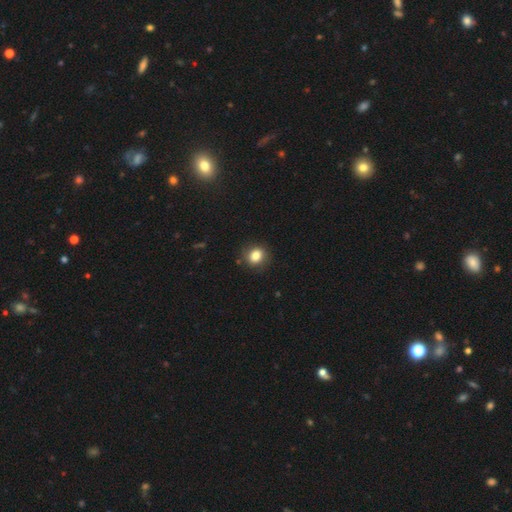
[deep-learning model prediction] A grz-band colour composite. It shows a smooth galaxy with no disk features (83%) that is round (70%). Merging: none (85%).